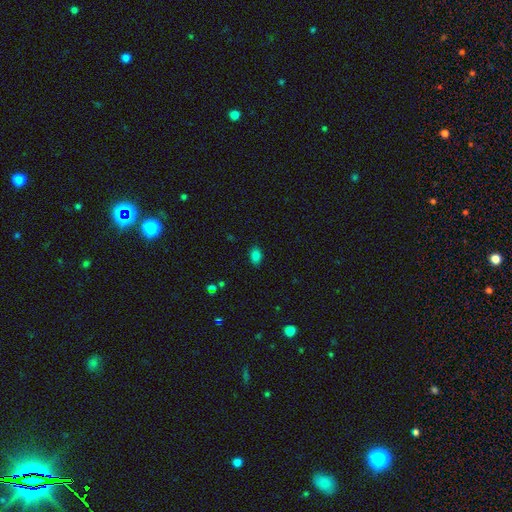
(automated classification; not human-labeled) Morphology: type=smooth (82%); roundness=in between (86%); merging=none (86%).